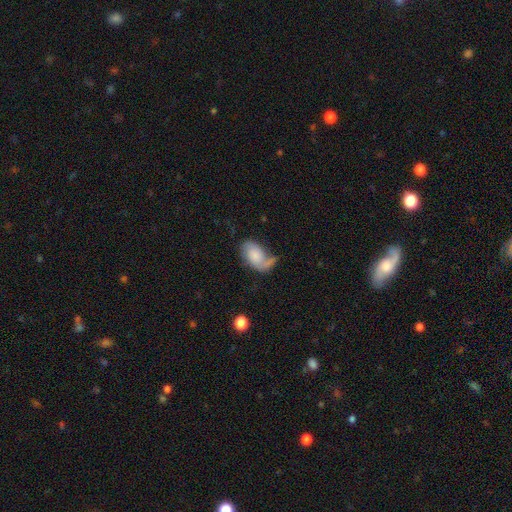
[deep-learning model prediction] A smooth galaxy with no disk features (51%) that is in between round and cigar-shaped (90%). Merging: none (34%).